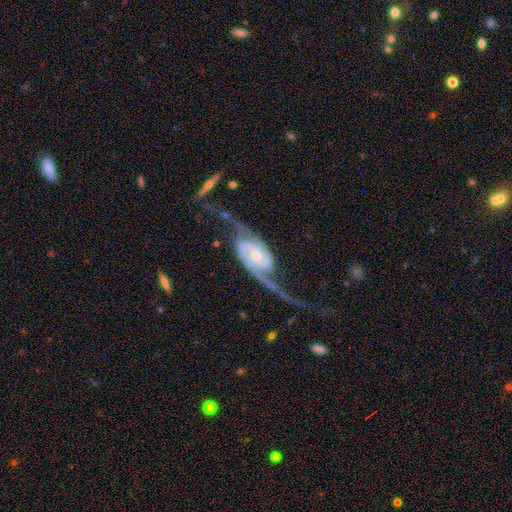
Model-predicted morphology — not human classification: type=featured or disk (92%); edge-on=no (96%); bar=no (45%); spiral arms=yes (98%); winding=loose (46%); arm count=2 (92%); bulge=small (54%); merging=none (52%).